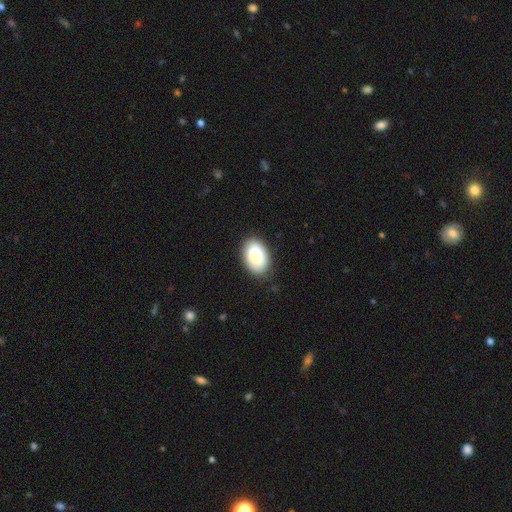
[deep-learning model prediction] This is clearly a smooth galaxy (83%). How rounded: clearly in between (89%). Merging: clearly none (86%).